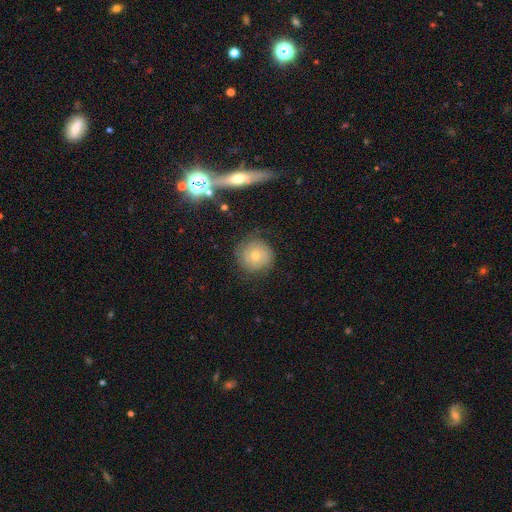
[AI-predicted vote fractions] Overall: featured or disk (60%; smooth 31%). Edge-on disk: no (97%). Bar: no (76%). Spiral arms: yes (88%). Spiral arm count: 2 (40%; can't tell 33%). Spiral winding: tight (70%). Bulge size: small (59%; moderate 37%). Merging: none (79%).